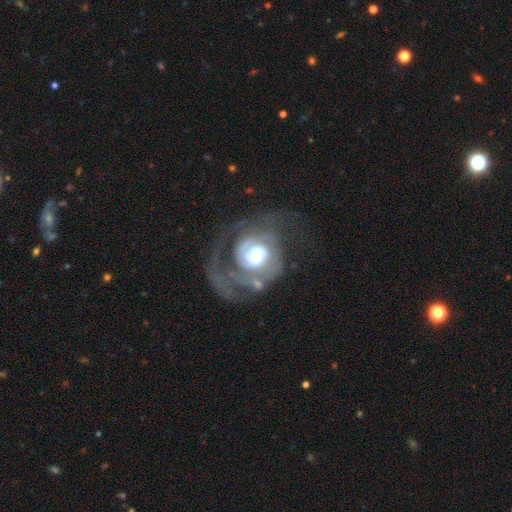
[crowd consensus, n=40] Overall: featured or disk (92%). Edge-on disk: no (100%). Bar: no (86%). Spiral arms: yes (97%). Spiral arm count: 2 (33%; 1 31%). Spiral winding: medium (53%; tight 39%). Bulge size: moderate (54%; large 27%). Merging: major disturbance (45%; none 35%).